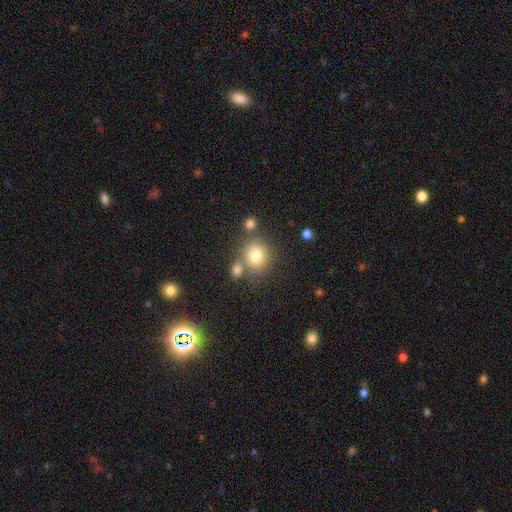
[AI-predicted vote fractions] A smooth galaxy with no disk features (79%) that is round (80%).

Vote fractions:
- Smooth or featured? smooth: 79% / star or artifact: 12% / featured or disk: 10%
- How rounded? round: 80% / in between: 19% / cigar-shaped: 1%
- Merging? none: 65% / merger: 20% / minor disturbance: 11% / major disturbance: 4%